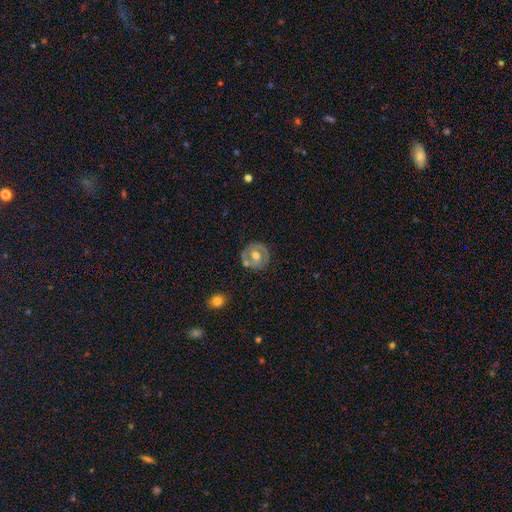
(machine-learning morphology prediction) Smooth or featured: featured or disk — 62% (smooth — 32%)
Edge-on disk: no — 96% (yes — 4%)
Bar: no — 55% (weak — 35%)
Spiral arms: yes — 57% (no — 43%)
Bulge size: moderate — 78% (small — 10%)
Merging: none — 73% (minor disturbance — 15%)